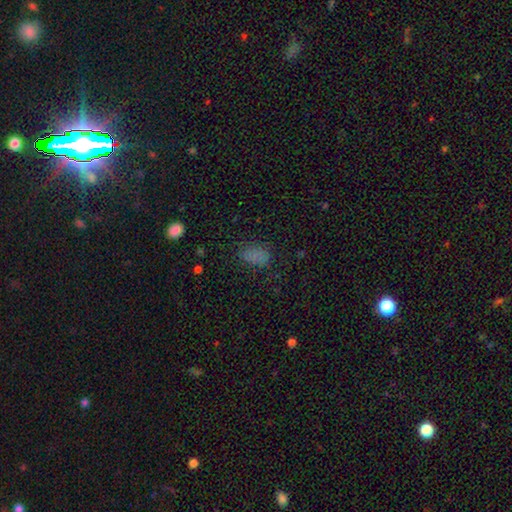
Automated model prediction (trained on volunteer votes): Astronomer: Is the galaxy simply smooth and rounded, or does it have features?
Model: smooth — 76%.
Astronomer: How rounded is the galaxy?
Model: in between — 89%.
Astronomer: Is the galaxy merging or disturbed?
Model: none — 72%.